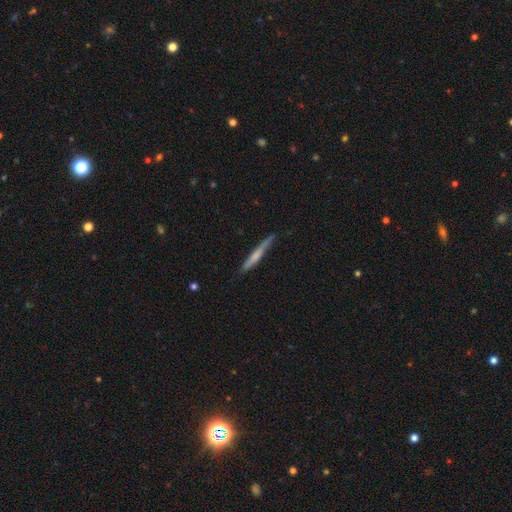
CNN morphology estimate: This appears to be a smooth galaxy with no disk features (53%) that is cigar-shaped (95%). Merging: none (77%).